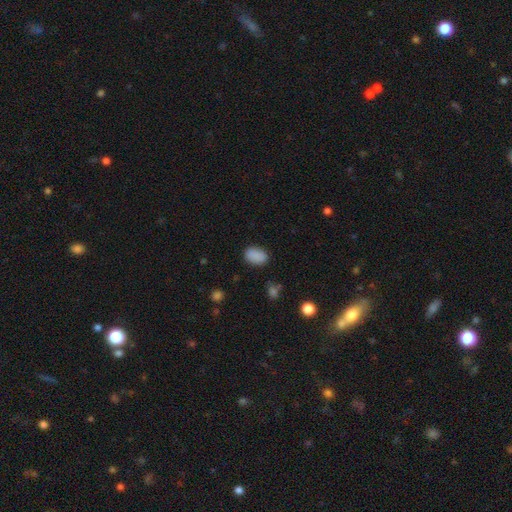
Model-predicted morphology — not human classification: Smooth or featured?
  - smooth: 88% *
  - star or artifact: 9%
  - featured or disk: 4%
How rounded?
  - in between: 86% *
  - round: 13%
  - cigar-shaped: 1%
Merging?
  - none: 84% *
  - minor disturbance: 12%
  - major disturbance: 3%
  - merger: 2%